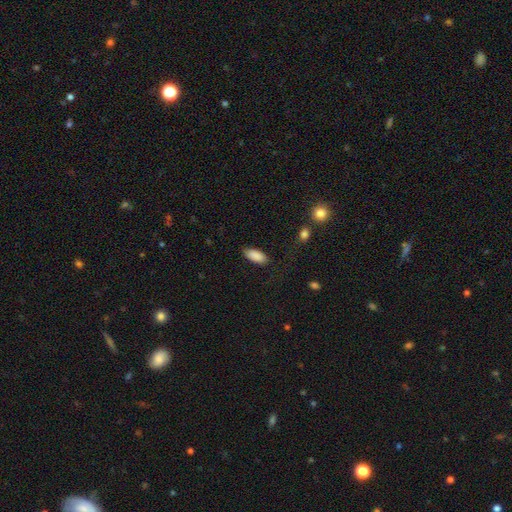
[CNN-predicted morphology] type=smooth (89%); roundness=in between (87%); merging=none (83%).